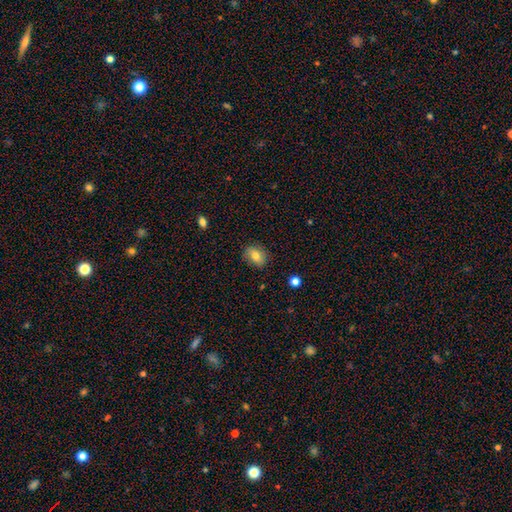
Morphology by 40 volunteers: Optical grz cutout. It shows a smooth galaxy with no disk features (82%) that is in between round and cigar-shaped (76%). Merging: none (81%).